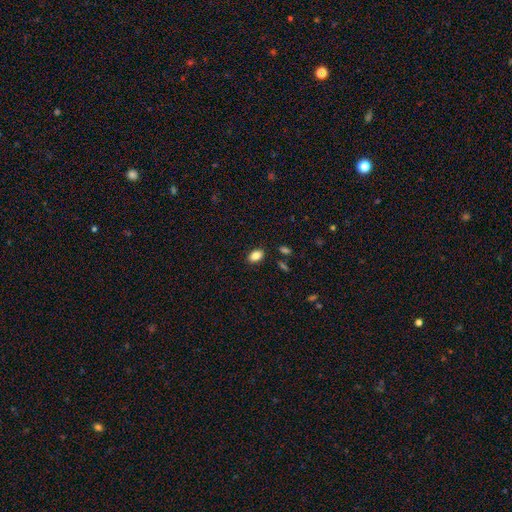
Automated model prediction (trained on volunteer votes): This appears to be a smooth galaxy with no disk features (85%) that is in between round and cigar-shaped (86%). Merging: none (87%).